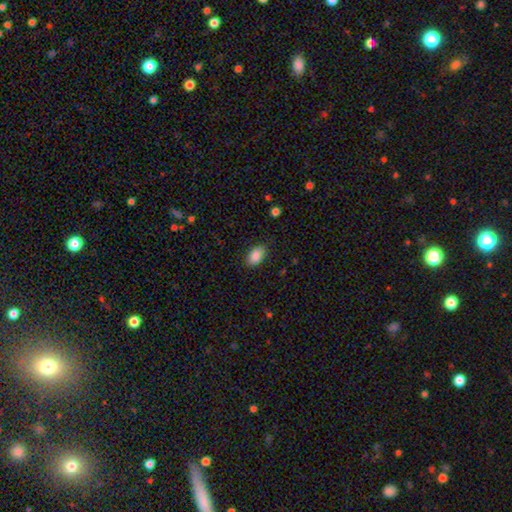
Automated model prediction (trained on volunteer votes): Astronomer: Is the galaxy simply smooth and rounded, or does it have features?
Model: smooth — 88%.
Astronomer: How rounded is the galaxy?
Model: in between — 92%.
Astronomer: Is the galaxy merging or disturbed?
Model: none — 84%.